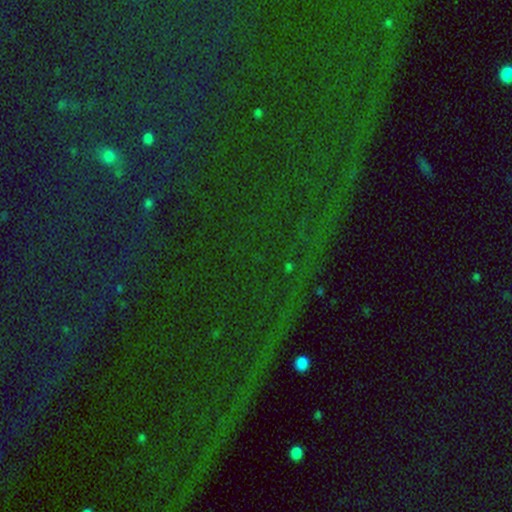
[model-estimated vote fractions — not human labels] smooth-or-featured: star or artifact: 80% | smooth: 11% | featured or disk: 9%